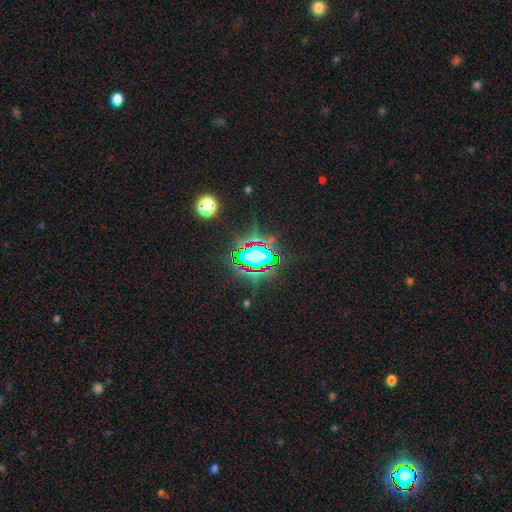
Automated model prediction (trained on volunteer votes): Q: Smooth or featured?
A: star or artifact (69%); runner-up: smooth (20%)